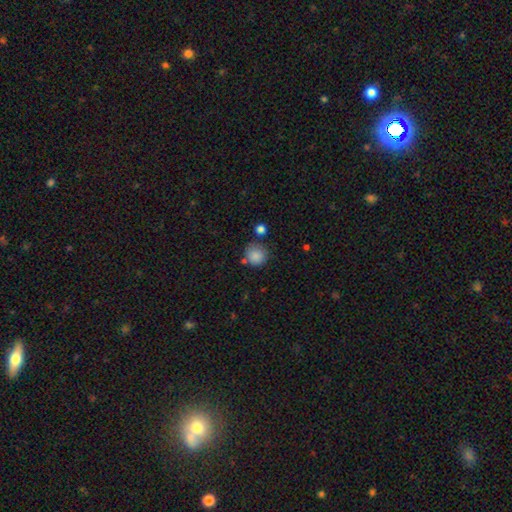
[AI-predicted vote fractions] This appears to be a smooth galaxy with no disk features (86%) that is round (89%). Merging: none (71%).